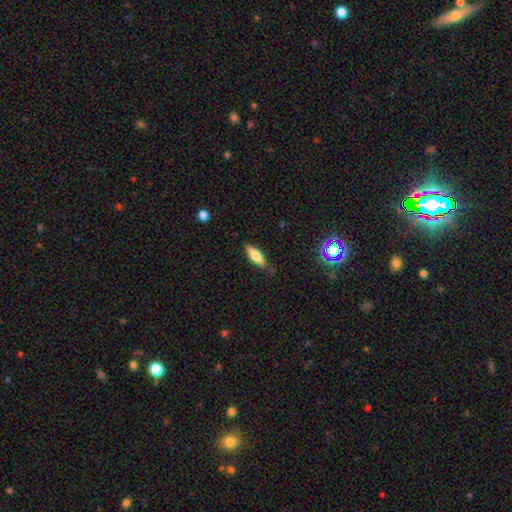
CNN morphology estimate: smooth-or-featured: smooth: 66% | featured or disk: 26% | star or artifact: 8%
  how-rounded: in between: 52% | cigar-shaped: 46% | round: 2%
  merging: none: 80% | minor disturbance: 15% | major disturbance: 3% | merger: 2%